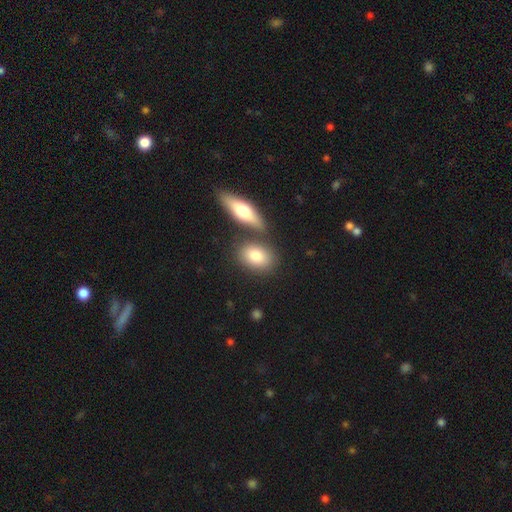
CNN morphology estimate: Smooth or featured? smooth (80%)
How rounded? in between (78%)
Merging? none (67%)